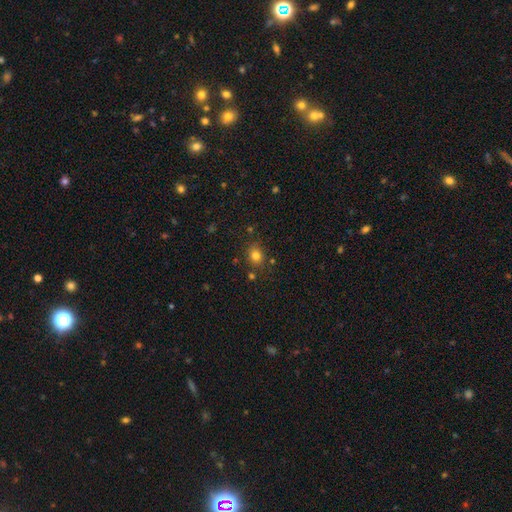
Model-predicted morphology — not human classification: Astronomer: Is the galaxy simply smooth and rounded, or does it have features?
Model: smooth — 78%.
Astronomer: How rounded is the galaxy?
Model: round — 61% (runner-up: in between, 38%).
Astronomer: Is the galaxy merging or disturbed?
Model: none — 81%.